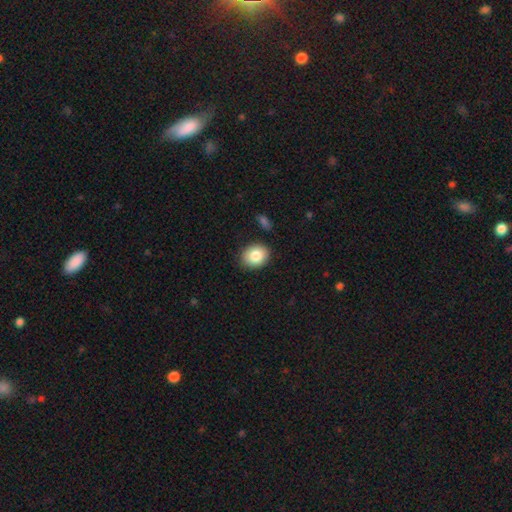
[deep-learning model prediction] Smooth or featured: smooth — 83% (featured or disk — 9%)
How rounded: round — 58% (in between — 41%)
Merging: none — 86% (minor disturbance — 10%)